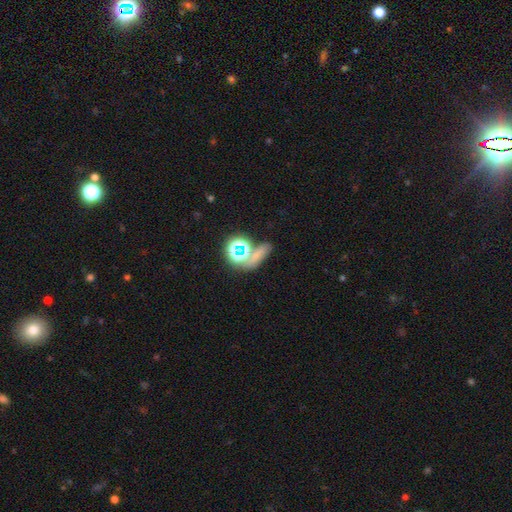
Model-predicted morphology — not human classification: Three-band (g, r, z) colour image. It shows a smooth galaxy with no disk features (46%). Merging: none (56%).